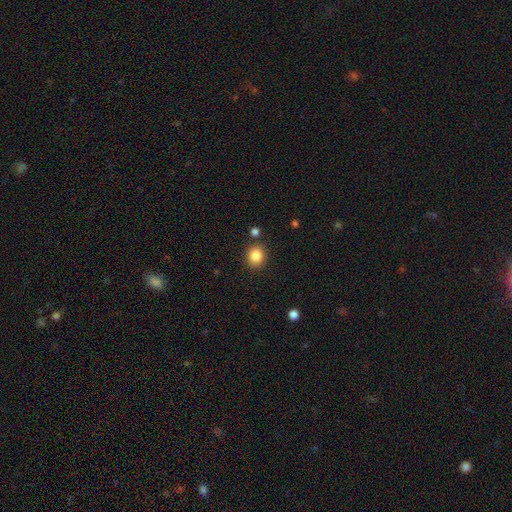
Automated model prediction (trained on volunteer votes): Smooth or featured: smooth — 85% (star or artifact — 10%)
How rounded: round — 80% (in between — 19%)
Merging: none — 85% (minor disturbance — 8%)